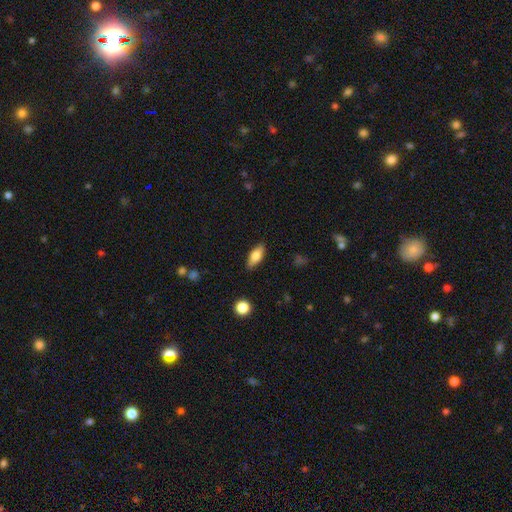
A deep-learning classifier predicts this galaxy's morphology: A smooth galaxy with no disk features (72%) that is in between round and cigar-shaped (77%).

Vote fractions:
- Smooth or featured? smooth: 72% / featured or disk: 21% / star or artifact: 7%
- How rounded? in between: 77% / cigar-shaped: 20% / round: 3%
- Merging? none: 86% / minor disturbance: 11% / major disturbance: 2% / merger: 1%